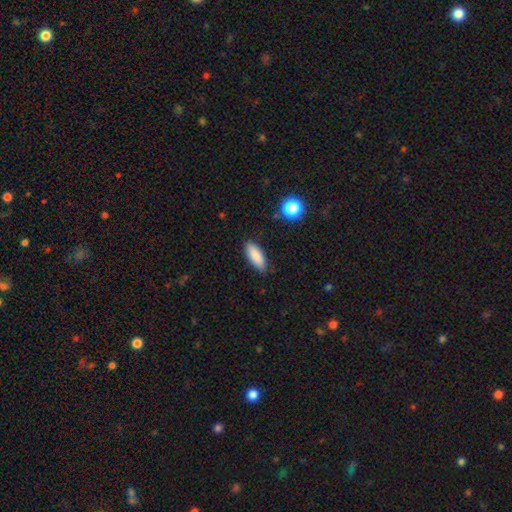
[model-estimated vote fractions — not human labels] smooth_or_featured: smooth (p=0.88) [alt: star or artifact p=0.07]
how_rounded: in between (p=0.76) [alt: cigar-shaped p=0.22]
merging: none (p=0.87) [alt: minor disturbance p=0.10]